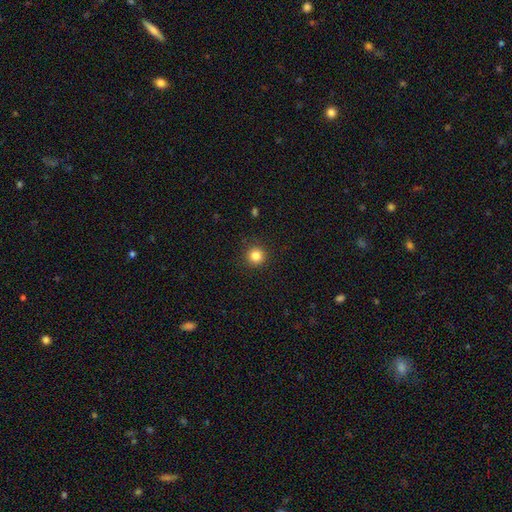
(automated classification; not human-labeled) smooth-or-featured: smooth: 84% | star or artifact: 12% | featured or disk: 4%
  how-rounded: round: 95% | in between: 4% | cigar-shaped: 1%
  merging: none: 91% | minor disturbance: 6% | major disturbance: 2% | merger: 1%